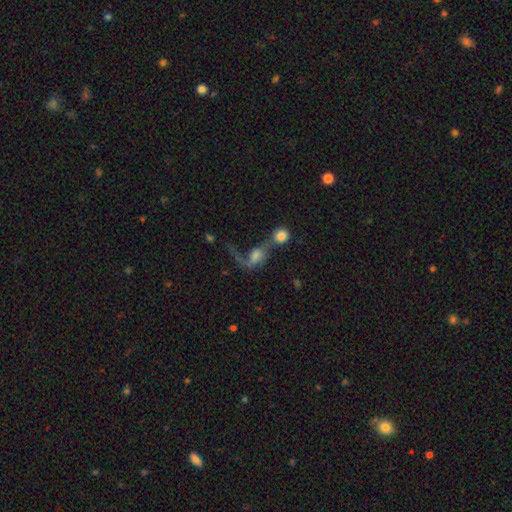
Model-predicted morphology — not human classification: Smooth or featured? Predicted: featured or disk (p=0.47). Merging? Predicted: merger (p=0.60).